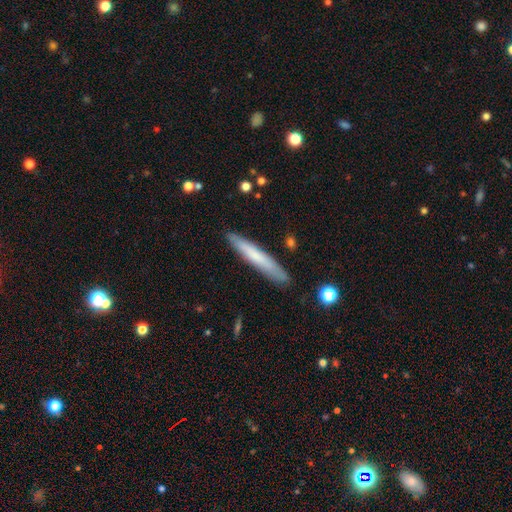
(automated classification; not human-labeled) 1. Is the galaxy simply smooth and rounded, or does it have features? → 65% smooth, 28% featured or disk, 6% star or artifact.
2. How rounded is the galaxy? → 95% cigar-shaped, 4% in between, 1% round.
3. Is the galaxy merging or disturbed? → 87% none, 9% minor disturbance, 2% major disturbance, 2% merger.